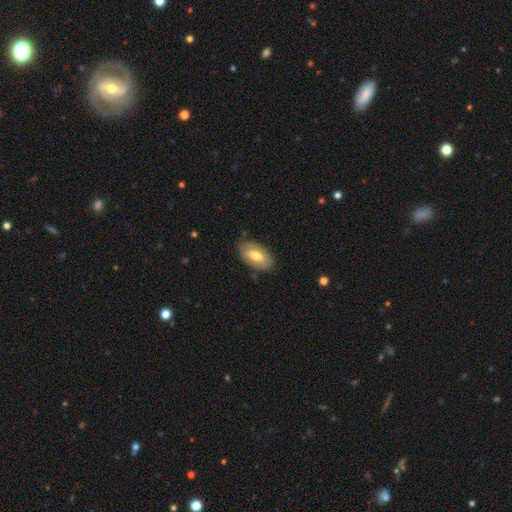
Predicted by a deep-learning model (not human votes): Smooth or featured? Predicted: smooth (p=0.65). How rounded? Predicted: in between (p=0.94). Merging? Predicted: none (p=0.83).